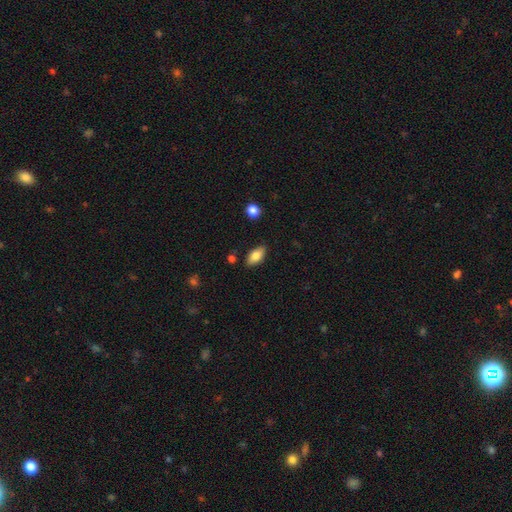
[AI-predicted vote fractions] smooth_or_featured: smooth (p=0.82) [alt: featured or disk p=0.11]
how_rounded: in between (p=0.90) [alt: cigar-shaped p=0.06]
merging: none (p=0.84) [alt: minor disturbance p=0.12]